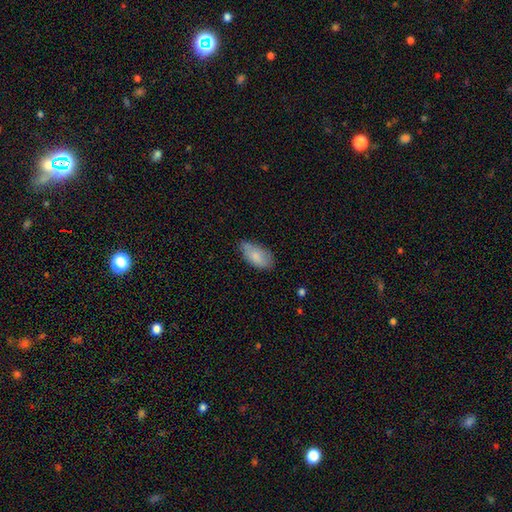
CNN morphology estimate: type=smooth (79%); roundness=in between (93%); merging=none (61%).